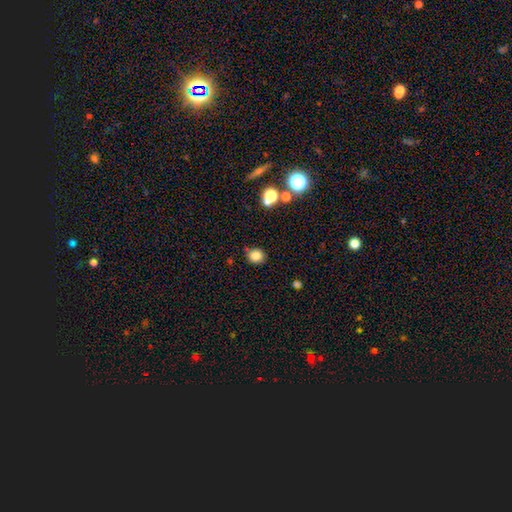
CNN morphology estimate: Smooth or featured?
  - smooth: 82% *
  - star or artifact: 13%
  - featured or disk: 5%
How rounded?
  - round: 79% *
  - in between: 20%
  - cigar-shaped: 1%
Merging?
  - none: 80% *
  - minor disturbance: 13%
  - merger: 4%
  - major disturbance: 3%